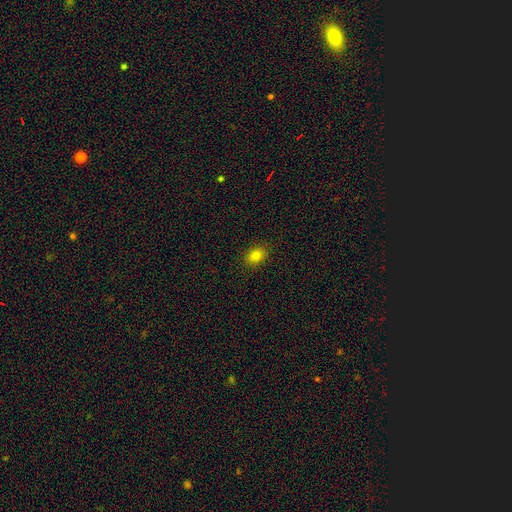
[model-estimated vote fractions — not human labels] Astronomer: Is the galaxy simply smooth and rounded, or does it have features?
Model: smooth — 81%.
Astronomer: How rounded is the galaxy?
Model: in between — 66%.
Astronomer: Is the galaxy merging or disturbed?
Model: none — 89%.